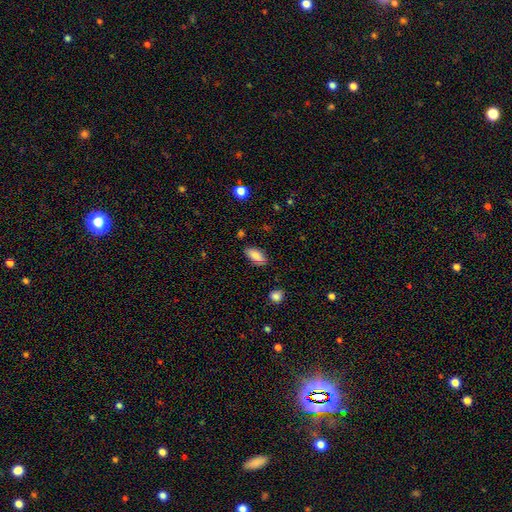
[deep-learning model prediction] Smooth or featured: smooth — 84% (featured or disk — 8%)
How rounded: in between — 90% (cigar-shaped — 7%)
Merging: none — 80% (minor disturbance — 15%)